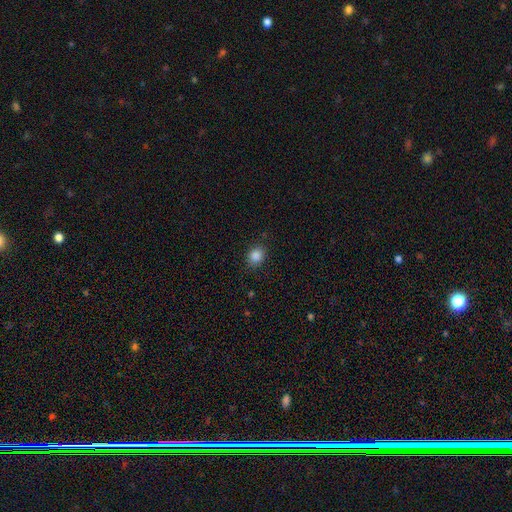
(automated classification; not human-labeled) Q: Smooth or featured?
A: smooth (86%); runner-up: star or artifact (10%)
Q: How rounded?
A: round (60%); runner-up: in between (39%)
Q: Merging?
A: none (86%); runner-up: minor disturbance (10%)